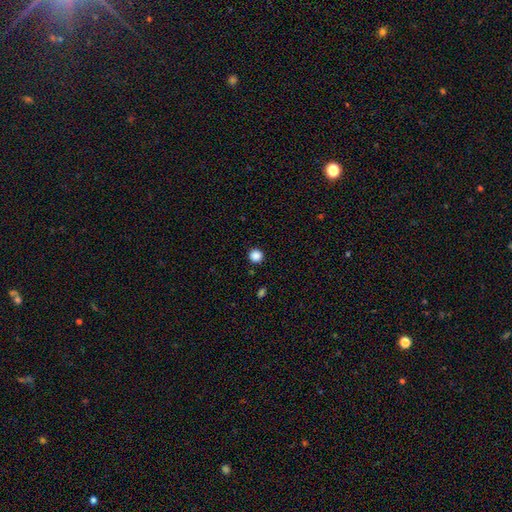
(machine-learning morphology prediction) Overall: smooth (87%). How rounded: round (95%). Merging: none (92%).